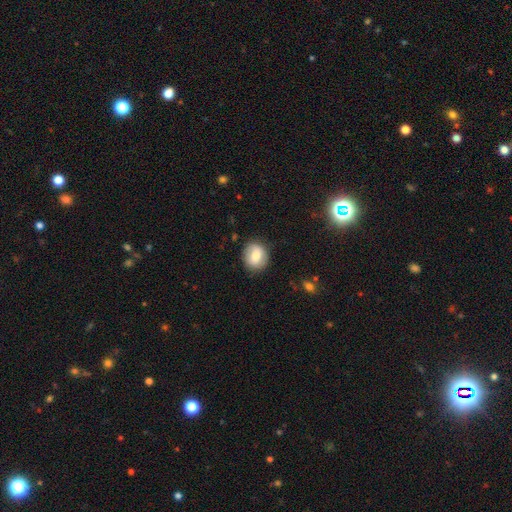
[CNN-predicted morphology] Smooth or featured?
  - smooth: 72% *
  - featured or disk: 20%
  - star or artifact: 8%
How rounded?
  - round: 70% *
  - in between: 29%
  - cigar-shaped: 1%
Merging?
  - none: 83% *
  - minor disturbance: 12%
  - major disturbance: 3%
  - merger: 1%